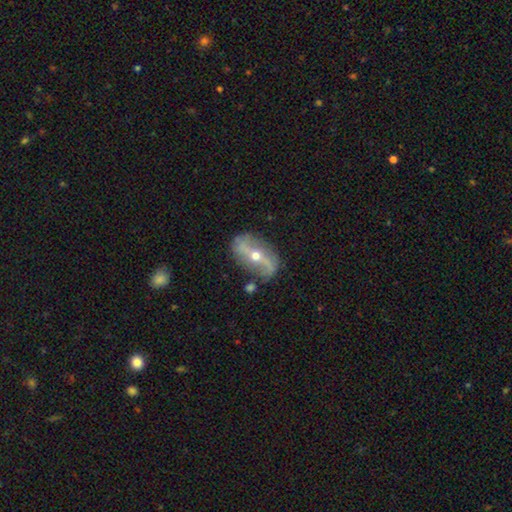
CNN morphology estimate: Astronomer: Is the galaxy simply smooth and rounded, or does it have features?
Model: featured or disk — 79%.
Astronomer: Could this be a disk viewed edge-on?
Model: no — 85%.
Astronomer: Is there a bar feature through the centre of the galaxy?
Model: strong — 54%.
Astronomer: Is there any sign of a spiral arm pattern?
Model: yes — 76%.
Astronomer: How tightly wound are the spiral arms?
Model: loose — 74%.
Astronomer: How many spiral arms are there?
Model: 2 — 88%.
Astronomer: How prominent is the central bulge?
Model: moderate — 61%.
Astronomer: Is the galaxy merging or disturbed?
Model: none — 74%.